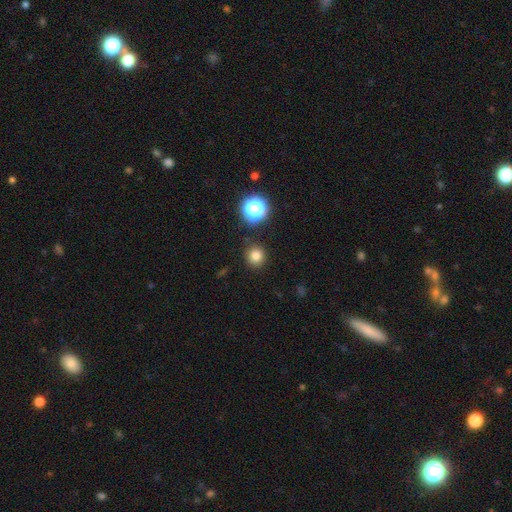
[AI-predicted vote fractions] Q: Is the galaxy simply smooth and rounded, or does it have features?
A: smooth — 79%.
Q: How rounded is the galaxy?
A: round — 92%.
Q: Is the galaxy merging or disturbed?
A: none — 88%.